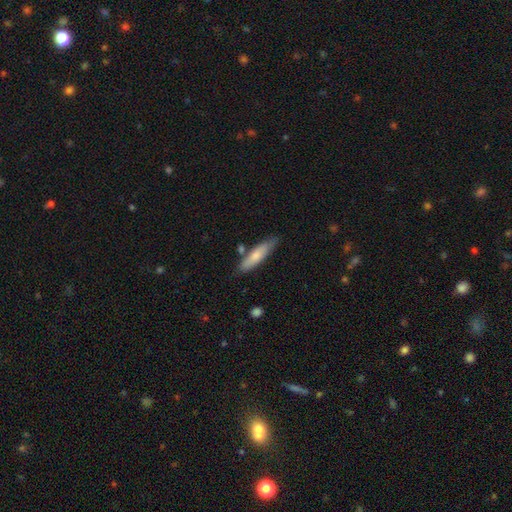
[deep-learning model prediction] A smooth galaxy with no disk features (71%) that is cigar-shaped (71%).

Vote fractions:
- Smooth or featured? smooth: 71% / featured or disk: 23% / star or artifact: 6%
- How rounded? cigar-shaped: 71% / in between: 27% / round: 2%
- Merging? none: 72% / minor disturbance: 17% / merger: 8% / major disturbance: 3%